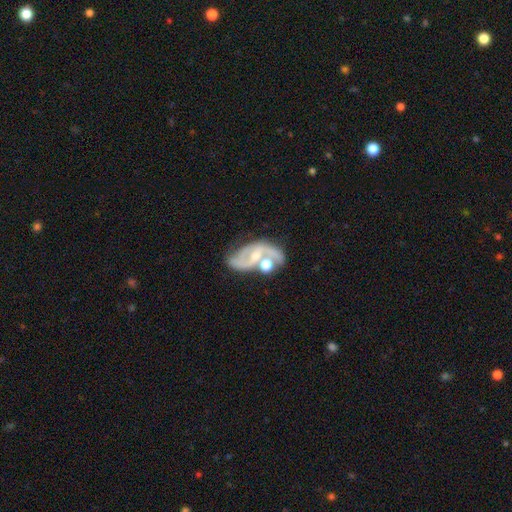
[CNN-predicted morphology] featured or disk 81%, smooth 11%, star or artifact 8%. Down the decision tree: edge-on disk — no (96%); bar — weak (43%); spiral arms — yes (91%); spiral arm count — 2 (85%); spiral winding — medium (47%); bulge size — moderate (51%); merging — none (41%).